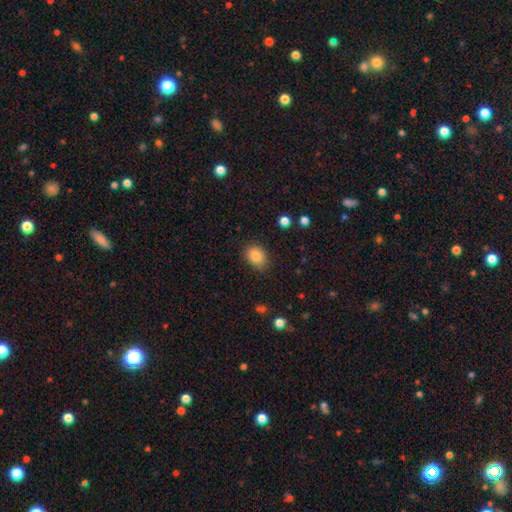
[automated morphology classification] A smooth galaxy with no disk features (84%) that is in between round and cigar-shaped (63%).

Vote fractions:
- Smooth or featured? smooth: 84% / star or artifact: 9% / featured or disk: 6%
- How rounded? in between: 63% / round: 36% / cigar-shaped: 1%
- Merging? none: 82% / minor disturbance: 14% / major disturbance: 3% / merger: 1%